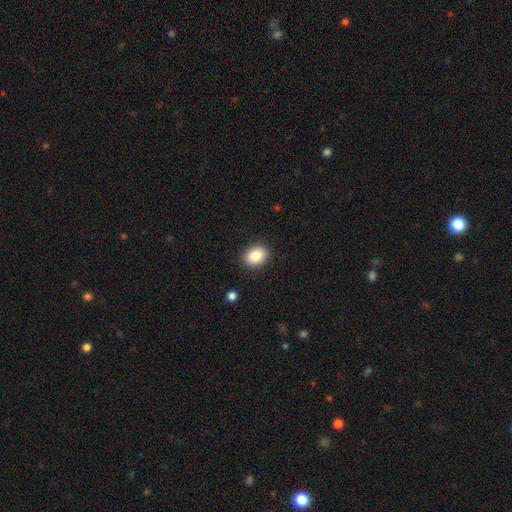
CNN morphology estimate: smooth-or-featured: smooth: 88% | star or artifact: 8% | featured or disk: 4%
  how-rounded: in between: 64% | round: 36% | cigar-shaped: 1%
  merging: none: 89% | minor disturbance: 7% | major disturbance: 2% | merger: 1%